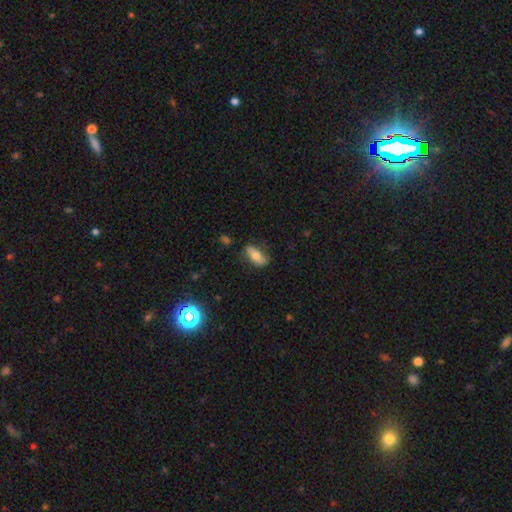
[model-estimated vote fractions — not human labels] The model was most divided on "smooth or featured": smooth: 63%, featured or disk: 29%, star or artifact: 8%. More confident: how rounded — in between (83%); merging — none (72%).